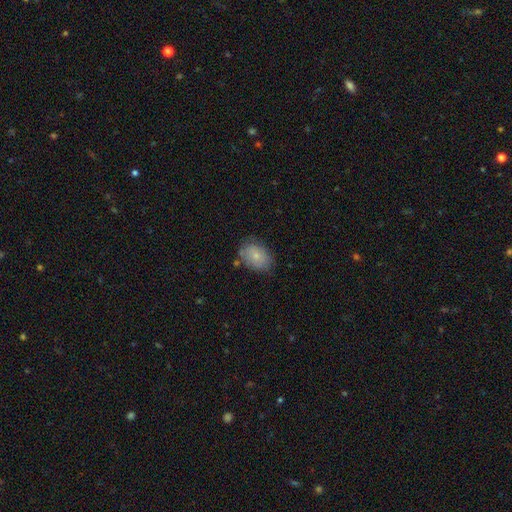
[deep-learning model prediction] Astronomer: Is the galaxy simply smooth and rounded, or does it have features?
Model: smooth — 77%.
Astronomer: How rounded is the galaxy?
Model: in between — 77%.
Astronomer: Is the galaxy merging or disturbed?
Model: none — 75%.